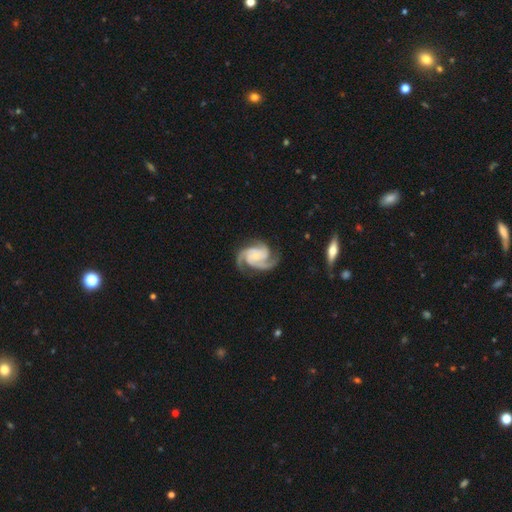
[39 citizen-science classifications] Overall: featured or disk (90%). Edge-on disk: no (100%). Bar: no (69%). Spiral arms: yes (100%). Spiral arm count: 3 (91%). Spiral winding: medium (66%; tight 31%). Bulge size: small (57%; moderate 40%). Merging: none (89%).